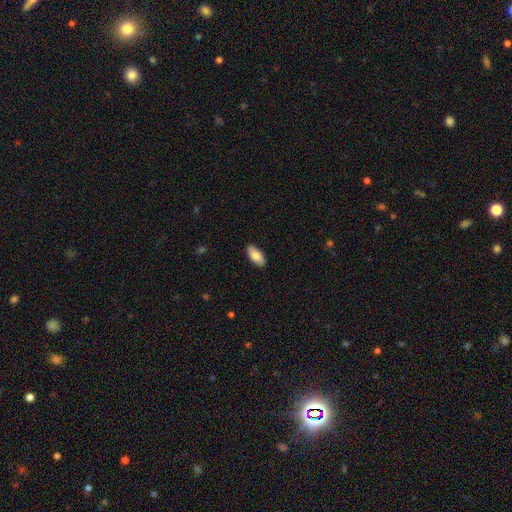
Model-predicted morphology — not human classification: The model was most divided on "smooth or featured": smooth: 82%, featured or disk: 12%, star or artifact: 6%. More confident: how rounded — in between (90%); merging — none (88%).